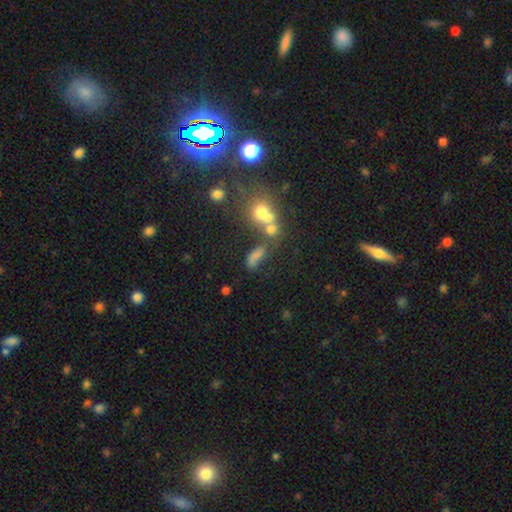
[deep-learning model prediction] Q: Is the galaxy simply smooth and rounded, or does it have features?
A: smooth — 55%.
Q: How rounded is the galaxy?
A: in between — 59%.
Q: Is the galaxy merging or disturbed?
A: none — 40%.